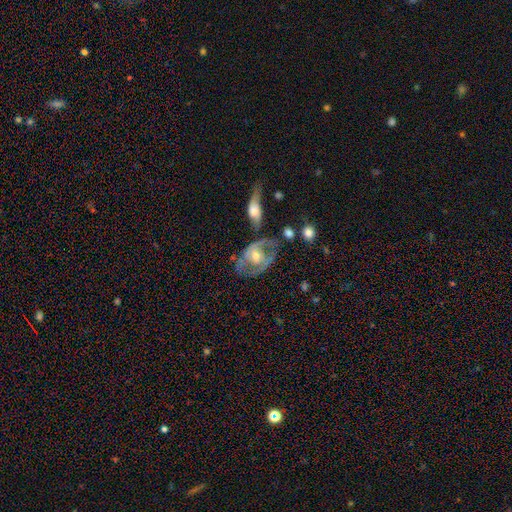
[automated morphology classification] This appears to be a featured or disk galaxy (70%) with no bar (70%), spiral arms (62%) and a moderate central bulge (58%). Merging: none (40%).